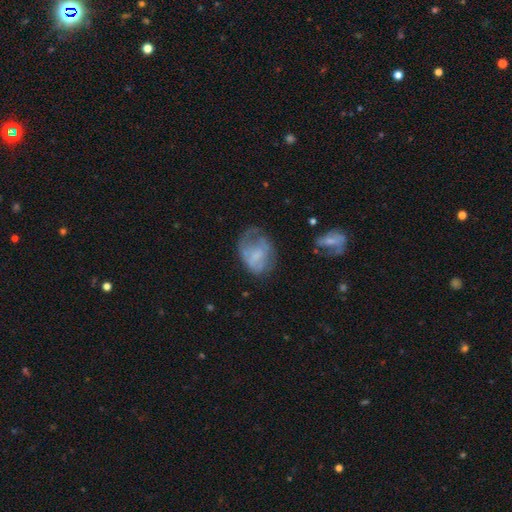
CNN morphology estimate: A featured or disk galaxy (48%). Merging: none (38%).